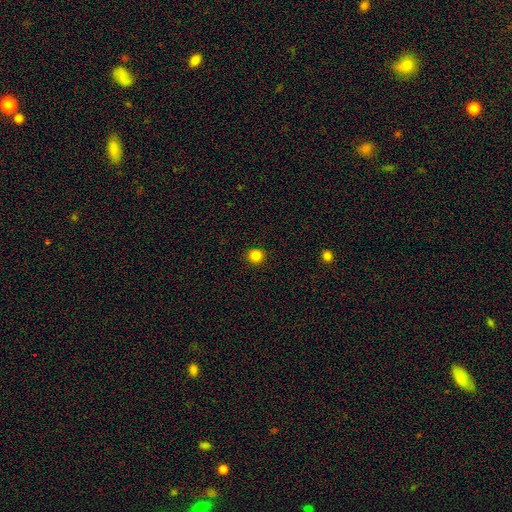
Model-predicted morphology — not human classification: Smooth or featured: smooth — 84% (star or artifact — 12%)
How rounded: round — 92% (in between — 7%)
Merging: none — 92% (minor disturbance — 5%)